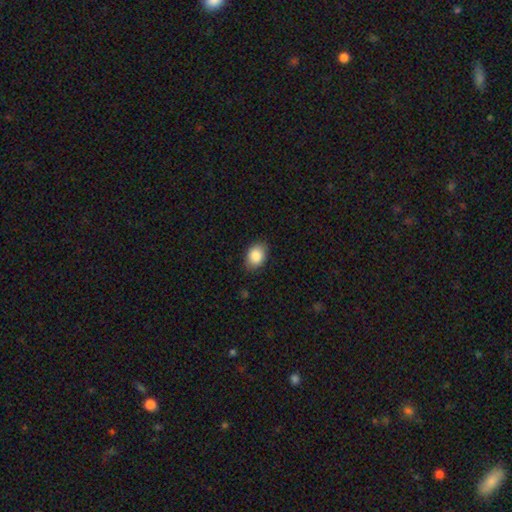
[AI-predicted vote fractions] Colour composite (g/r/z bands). It shows a smooth galaxy with no disk features (87%) that is in between round and cigar-shaped (77%). Merging: none (84%).